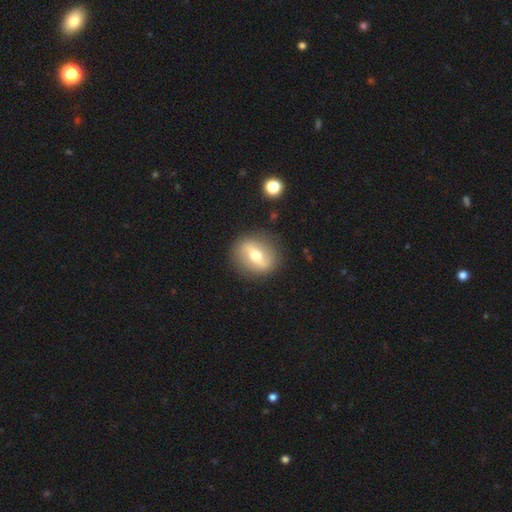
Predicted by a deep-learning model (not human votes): Smooth or featured: featured or disk — 55% (smooth — 38%)
Edge-on disk: no — 83% (yes — 17%)
Merging: none — 86% (minor disturbance — 9%)